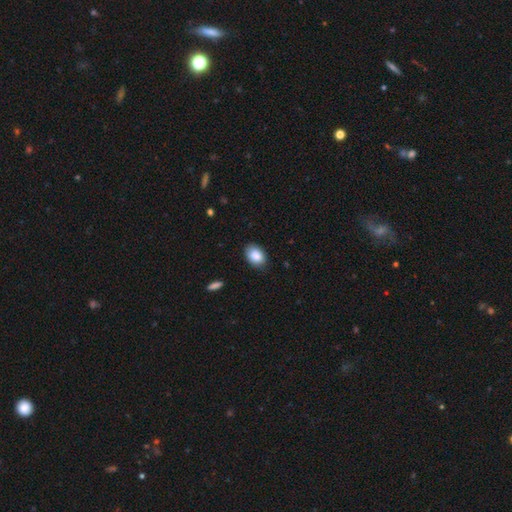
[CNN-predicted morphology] The model was most divided on "how rounded": in between: 83%, round: 16%, cigar-shaped: 1%. More confident: smooth or featured — smooth (87%); merging — none (84%).